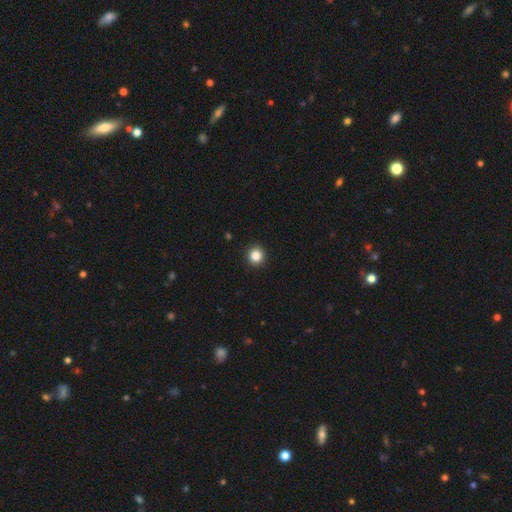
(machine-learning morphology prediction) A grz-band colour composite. It shows a smooth galaxy with no disk features (86%) that is round (94%). Merging: none (93%).